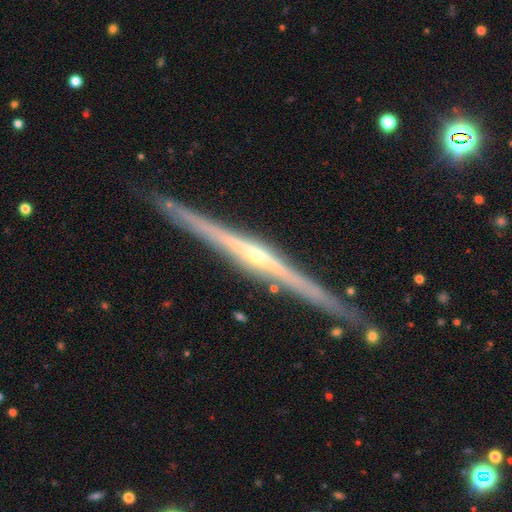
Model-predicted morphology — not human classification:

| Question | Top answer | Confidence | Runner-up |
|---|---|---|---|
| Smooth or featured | featured or disk | 86% | smooth (8%) |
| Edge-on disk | yes | 98% | no (2%) |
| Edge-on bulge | rounded | 61% | none (31%) |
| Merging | none | 89% | minor disturbance (8%) |